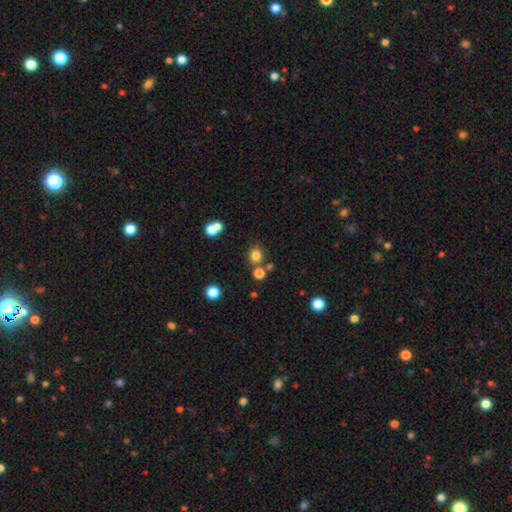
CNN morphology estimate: smooth 78%, star or artifact 15%, featured or disk 6%. Down the decision tree: how rounded — round (86%); merging — none (74%).